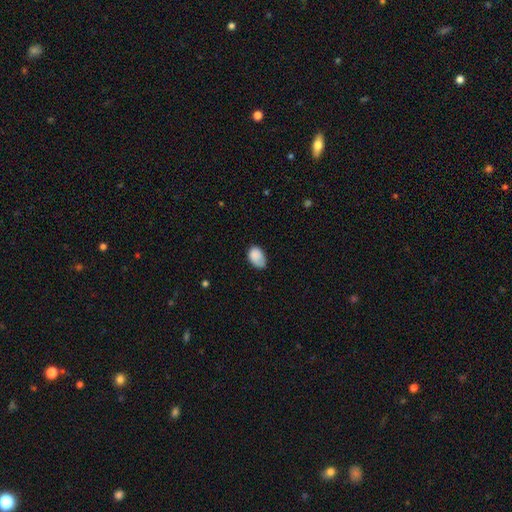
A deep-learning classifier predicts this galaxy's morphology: A smooth galaxy with no disk features (85%) that is in between round and cigar-shaped (87%).

Vote fractions:
- Smooth or featured? smooth: 85% / featured or disk: 8% / star or artifact: 7%
- How rounded? in between: 87% / round: 12% / cigar-shaped: 1%
- Merging? none: 55% / minor disturbance: 35% / major disturbance: 9% / merger: 2%